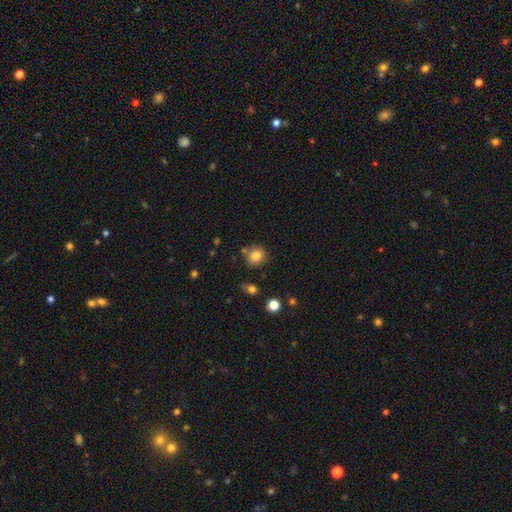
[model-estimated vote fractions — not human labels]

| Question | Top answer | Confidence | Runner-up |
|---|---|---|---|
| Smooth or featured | smooth | 82% | star or artifact (11%) |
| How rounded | round | 81% | in between (18%) |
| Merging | none | 76% | minor disturbance (14%) |